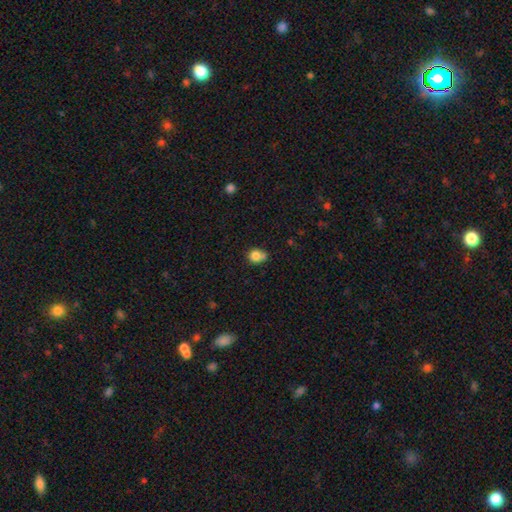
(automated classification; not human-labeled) Smooth or featured? Predicted: smooth (p=0.81). How rounded? Predicted: round (p=0.69). Merging? Predicted: none (p=0.52).